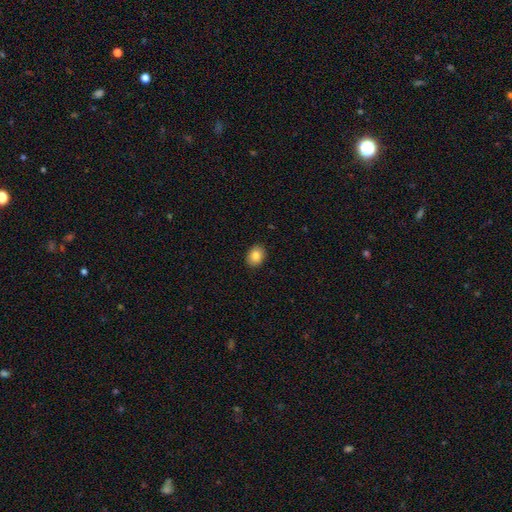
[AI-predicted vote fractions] smooth 85%, star or artifact 8%, featured or disk 7%. Down the decision tree: how rounded — in between (56%); merging — none (90%).